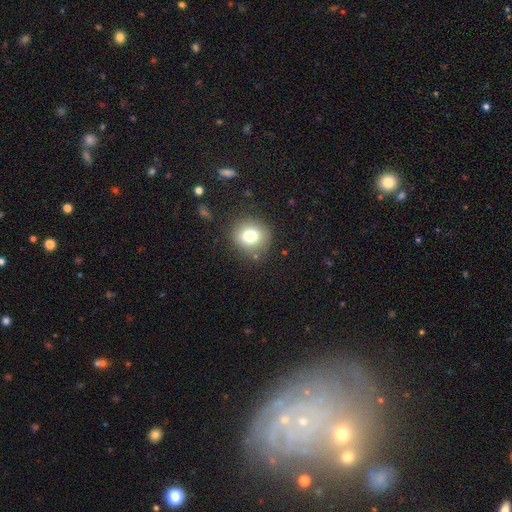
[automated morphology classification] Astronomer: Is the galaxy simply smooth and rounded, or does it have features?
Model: smooth — 76%.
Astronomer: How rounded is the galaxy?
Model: round — 85%.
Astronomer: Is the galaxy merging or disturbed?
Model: none — 86%.